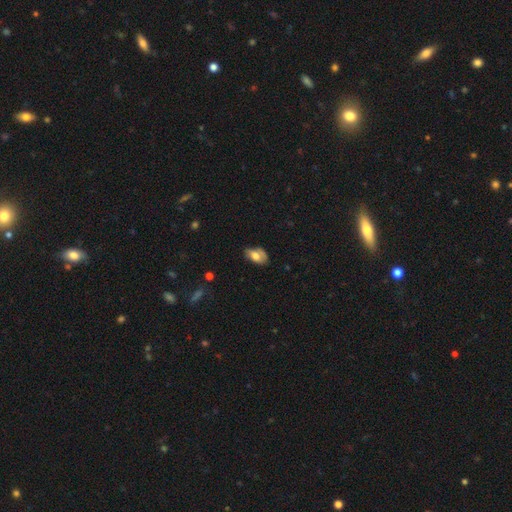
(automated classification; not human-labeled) A smooth galaxy with no disk features (67%) that is in between round and cigar-shaped (91%).

Vote fractions:
- Smooth or featured? smooth: 67% / featured or disk: 26% / star or artifact: 8%
- How rounded? in between: 91% / round: 7% / cigar-shaped: 2%
- Merging? none: 51% / minor disturbance: 35% / major disturbance: 11% / merger: 3%